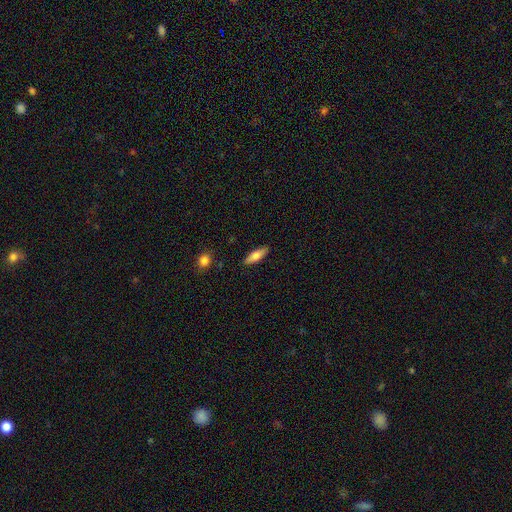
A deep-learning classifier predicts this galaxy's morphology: A smooth galaxy with no disk features (69%) that is in between round and cigar-shaped (57%). Merging: none (87%).